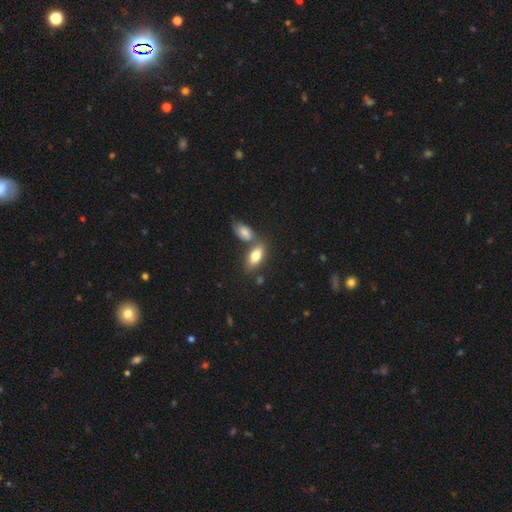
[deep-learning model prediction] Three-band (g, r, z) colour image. It shows a smooth galaxy with no disk features (76%) that is in between round and cigar-shaped (84%). Merging: none (54%).